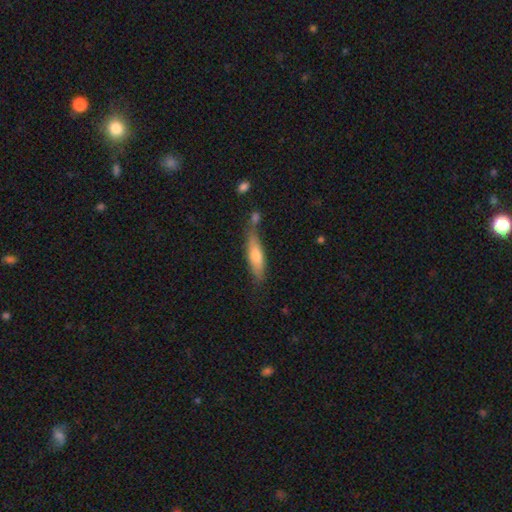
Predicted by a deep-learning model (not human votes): A smooth galaxy with no disk features (62%) that is cigar-shaped (68%).

Vote fractions:
- Smooth or featured? smooth: 62% / featured or disk: 32% / star or artifact: 6%
- How rounded? cigar-shaped: 68% / in between: 30% / round: 2%
- Merging? none: 63% / minor disturbance: 20% / merger: 11% / major disturbance: 5%